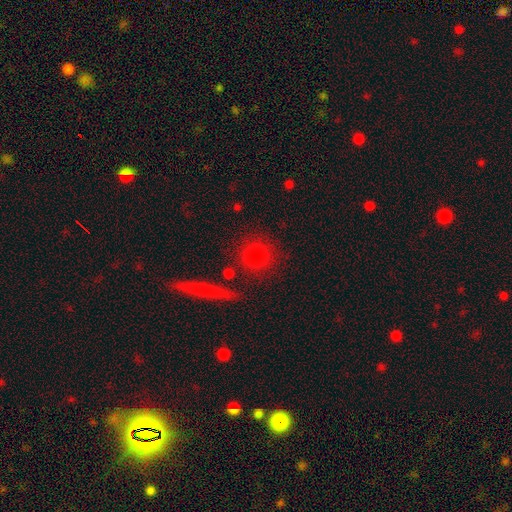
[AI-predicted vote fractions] Smooth or featured: smooth — 78% (star or artifact — 13%)
How rounded: round — 91% (in between — 7%)
Merging: none — 81% (minor disturbance — 8%)